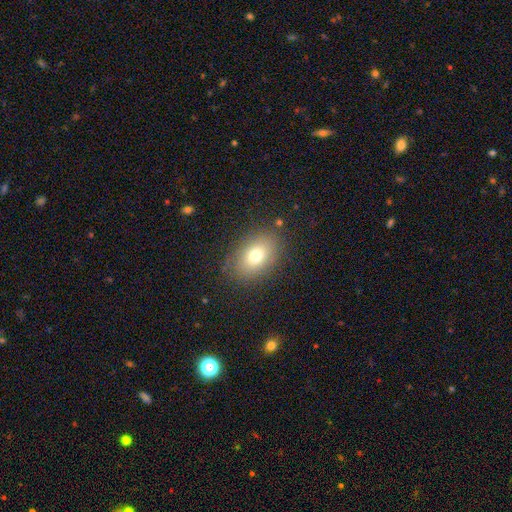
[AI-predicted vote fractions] The model was most divided on "smooth or featured": smooth: 74%, featured or disk: 15%, star or artifact: 11%. More confident: merging — none (83%); how rounded — in between (80%).